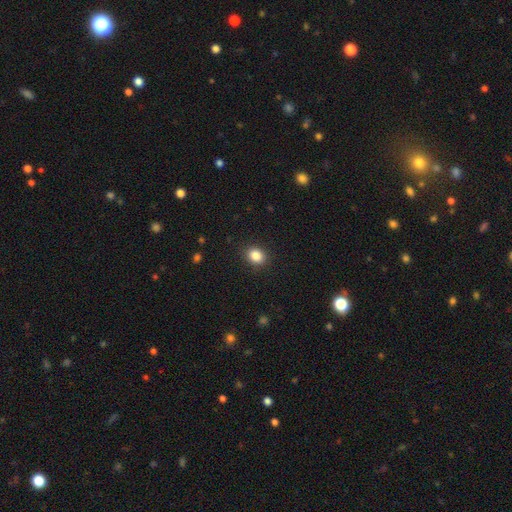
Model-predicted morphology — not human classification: type=smooth (86%); roundness=in between (52%); merging=none (89%).